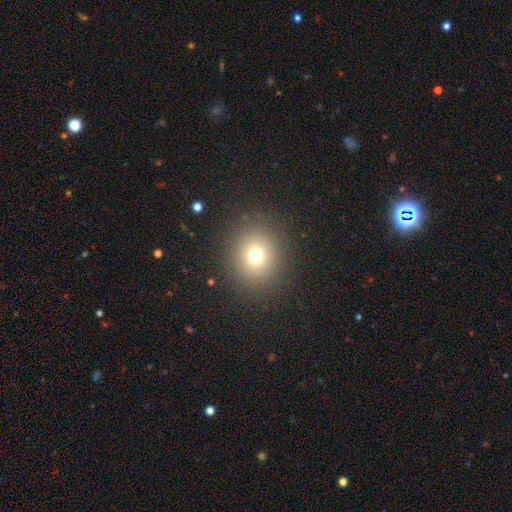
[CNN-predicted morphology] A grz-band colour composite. It shows a smooth galaxy with no disk features (72%) that is round (86%). Merging: none (88%).